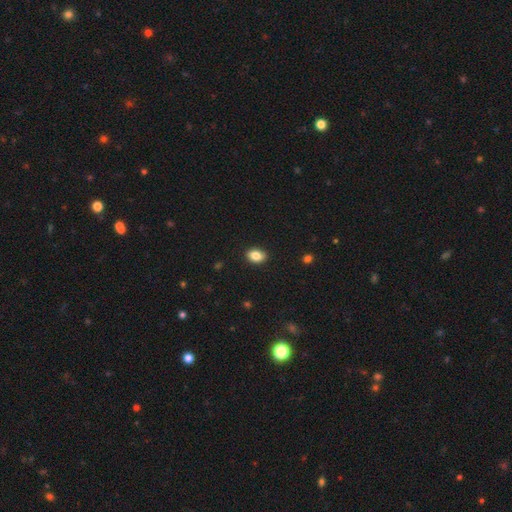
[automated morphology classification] smooth 86%, star or artifact 8%, featured or disk 6%. Down the decision tree: how rounded — in between (77%); merging — none (87%).